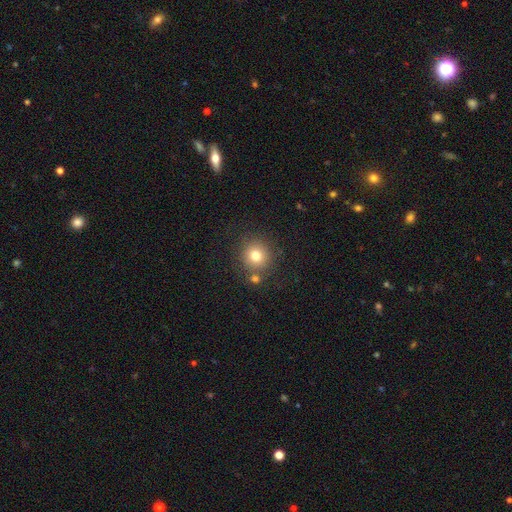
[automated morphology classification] Smooth or featured: smooth — 77% (star or artifact — 13%)
How rounded: round — 91% (in between — 8%)
Merging: none — 76% (merger — 12%)